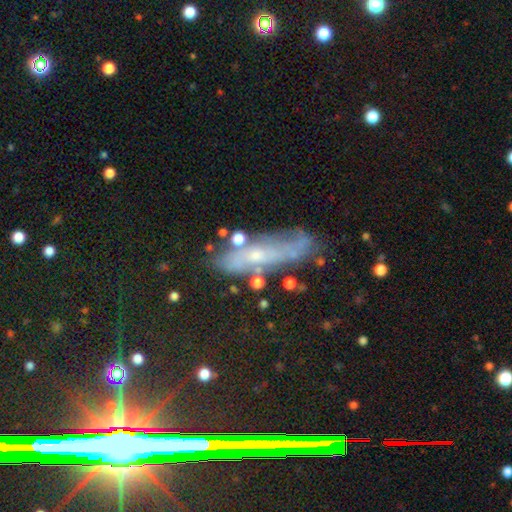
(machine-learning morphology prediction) Overall: featured or disk (50%; smooth 36%). Merging: none (55%; minor disturbance 25%).